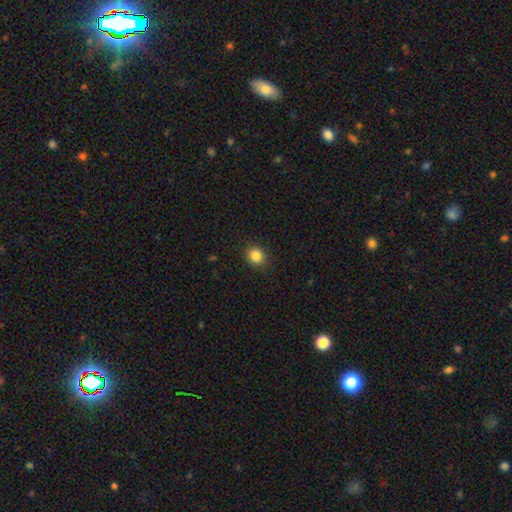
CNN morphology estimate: smooth-or-featured: smooth: 85% | star or artifact: 11% | featured or disk: 4%
  how-rounded: round: 74% | in between: 25% | cigar-shaped: 1%
  merging: none: 89% | minor disturbance: 8% | major disturbance: 2% | merger: 1%